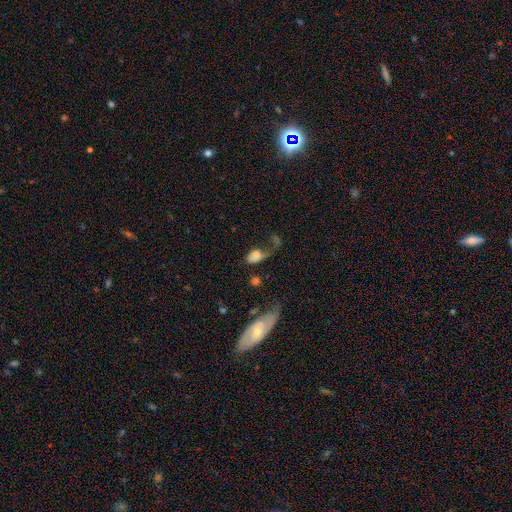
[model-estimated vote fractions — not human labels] This appears to be a smooth galaxy with no disk features (61%) that is in between round and cigar-shaped (78%). Merging: major disturbance (48%).